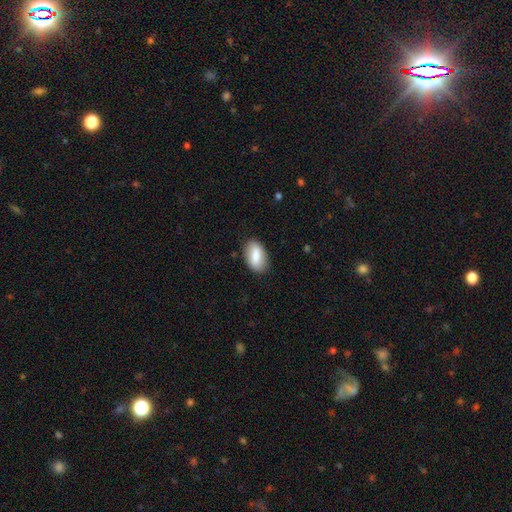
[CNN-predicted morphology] A smooth galaxy with no disk features (79%) that is in between round and cigar-shaped (91%). Merging: none (84%).